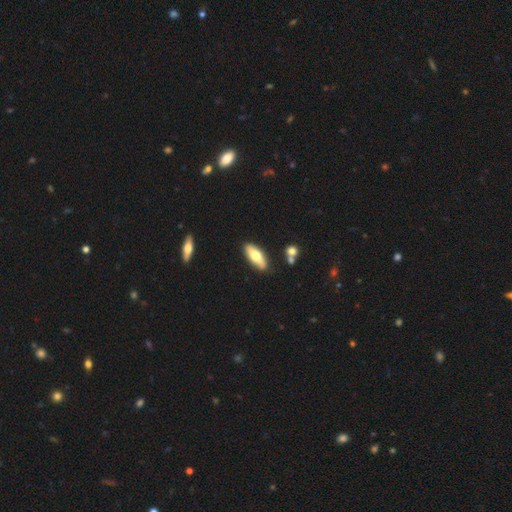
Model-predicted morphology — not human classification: This is likely a smooth galaxy (65%). How rounded: likely in between (70%). Merging: clearly none (84%).